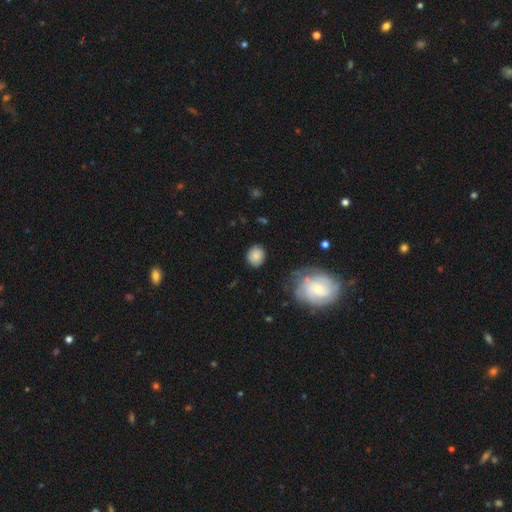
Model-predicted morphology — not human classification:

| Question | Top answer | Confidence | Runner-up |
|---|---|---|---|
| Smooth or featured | smooth | 84% | star or artifact (8%) |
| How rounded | round | 70% | in between (29%) |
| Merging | none | 82% | minor disturbance (12%) |